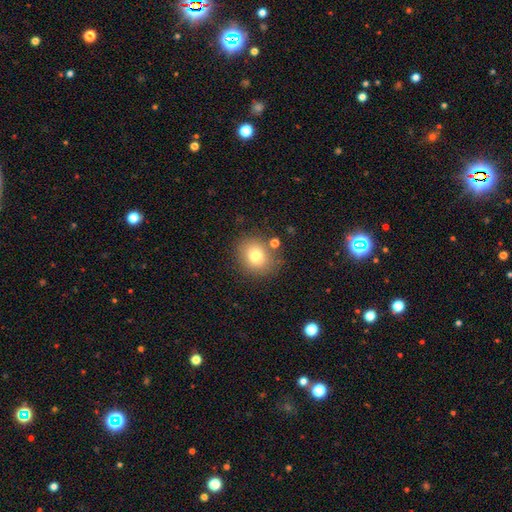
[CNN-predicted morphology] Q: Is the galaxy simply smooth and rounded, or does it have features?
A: smooth — 77%.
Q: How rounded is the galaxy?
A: round — 72%.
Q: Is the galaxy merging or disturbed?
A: none — 79%.